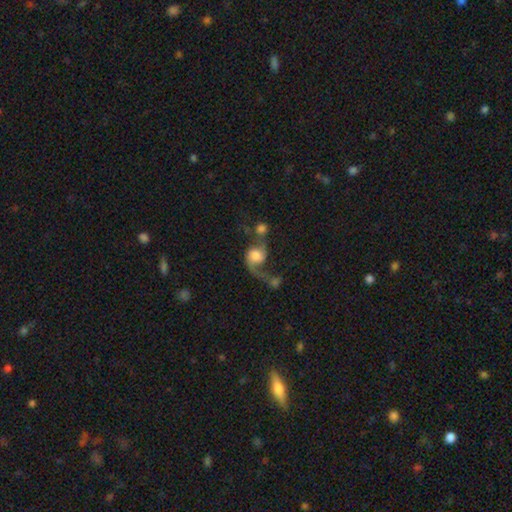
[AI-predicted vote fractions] Smooth or featured? featured or disk (61%)
Edge-on disk? no (97%)
Bar? no (69%)
Spiral arms? yes (87%)
Spiral winding? loose (79%)
Spiral arm count? 2 (59%)
Bulge size? large (43%)
Merging? merger (49%)